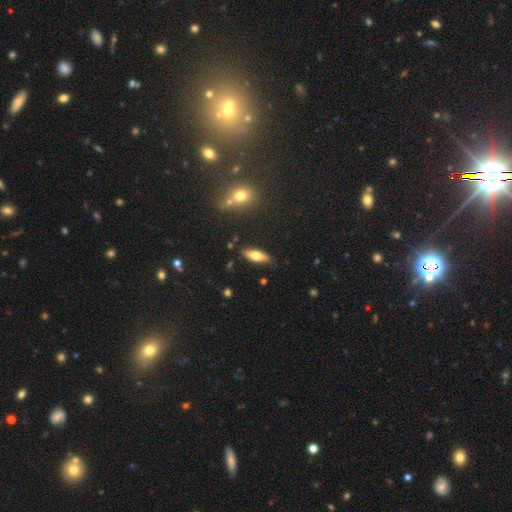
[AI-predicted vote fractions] Smooth or featured: smooth — 60% (featured or disk — 33%)
How rounded: in between — 56% (cigar-shaped — 41%)
Merging: none — 85% (minor disturbance — 10%)